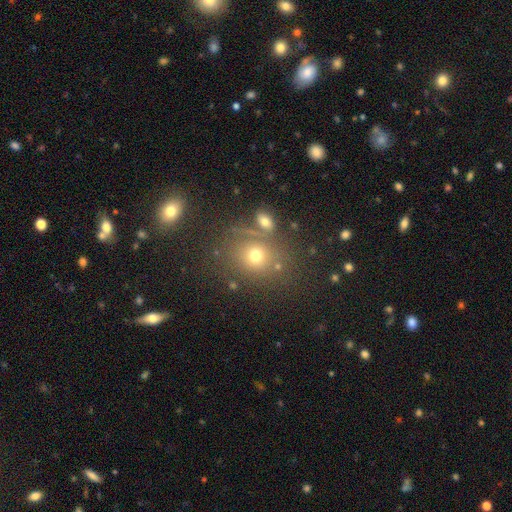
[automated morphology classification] smooth_or_featured: smooth (p=0.67) [alt: star or artifact p=0.19]
how_rounded: round (p=0.64) [alt: in between p=0.35]
merging: none (p=0.65) [alt: merger p=0.15]